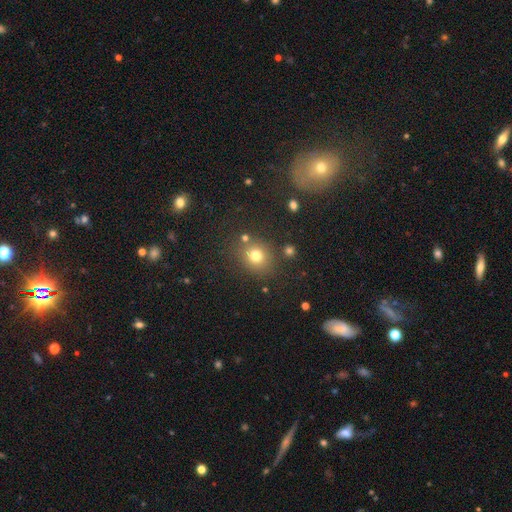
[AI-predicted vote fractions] smooth-or-featured: smooth: 75% | star or artifact: 17% | featured or disk: 8%
  how-rounded: round: 75% | in between: 24% | cigar-shaped: 1%
  merging: none: 78% | minor disturbance: 11% | merger: 6% | major disturbance: 4%